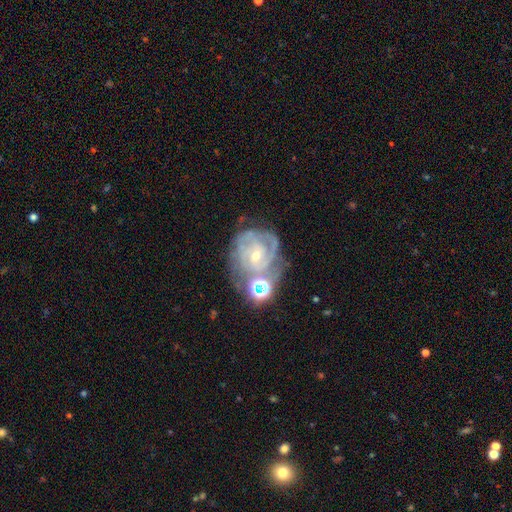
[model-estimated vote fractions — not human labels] smooth_or_featured: featured or disk (p=0.81) [alt: smooth p=0.10]
disk_edge_on: no (p=0.98) [alt: yes p=0.02]
bar: no (p=0.61) [alt: weak p=0.32]
has_spiral_arms: yes (p=0.91) [alt: no p=0.09]
spiral_winding: tight (p=0.63) [alt: medium p=0.30]
spiral_arm_count: can't tell (p=0.36) [alt: 2 p=0.24]
bulge_size: small (p=0.65) [alt: moderate p=0.31]
merging: none (p=0.48) [alt: minor disturbance p=0.21]